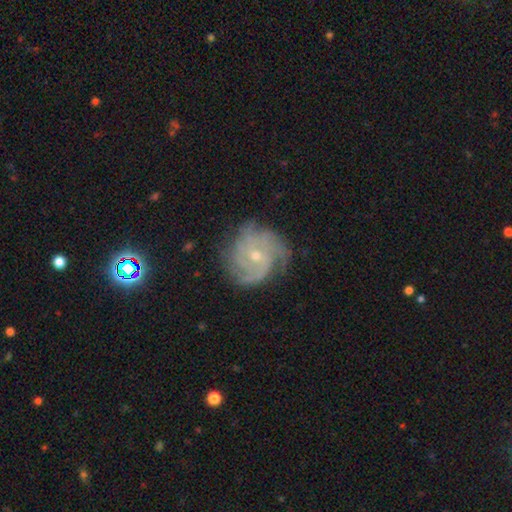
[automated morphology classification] Smooth or featured?
  - featured or disk: 85% *
  - smooth: 8%
  - star or artifact: 7%
Edge-on disk?
  - no: 98% *
  - yes: 2%
Bar?
  - no: 69% *
  - weak: 27%
  - strong: 5%
Spiral arms?
  - yes: 97% *
  - no: 3%
Spiral winding?
  - tight: 61% *
  - medium: 32%
  - loose: 7%
Spiral arm count?
  - 3: 31% *
  - can't tell: 24%
  - 4: 18%
  - 2: 13%
  - more than 4: 7%
  - 1: 7%
Bulge size?
  - small: 67% *
  - moderate: 30%
  - none: 1%
  - large: 1%
  - dominant: 1%
Merging?
  - none: 74% *
  - minor disturbance: 19%
  - major disturbance: 6%
  - merger: 1%